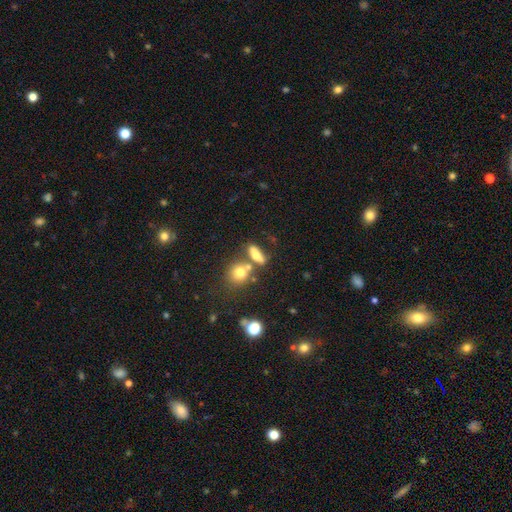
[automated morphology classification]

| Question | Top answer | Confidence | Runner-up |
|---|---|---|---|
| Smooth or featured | smooth | 67% | featured or disk (21%) |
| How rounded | in between | 59% | cigar-shaped (23%) |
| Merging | none | 50% | merger (31%) |